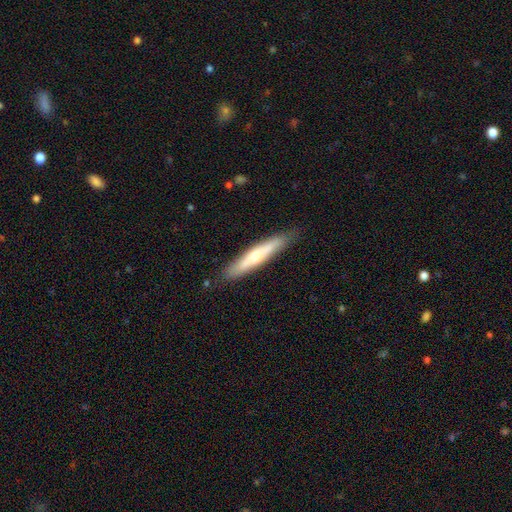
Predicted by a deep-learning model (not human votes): This is possibly a smooth galaxy (48%). Merging: clearly none (86%).